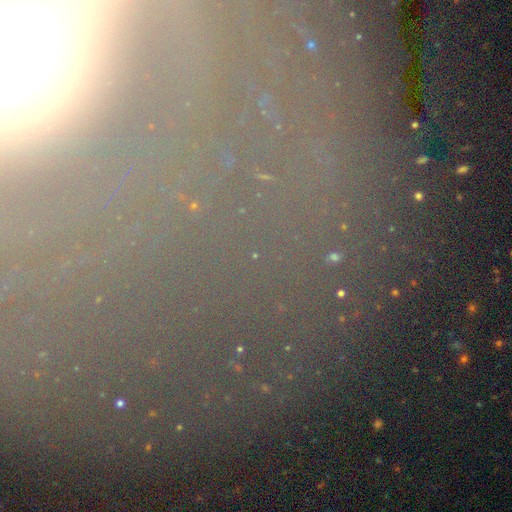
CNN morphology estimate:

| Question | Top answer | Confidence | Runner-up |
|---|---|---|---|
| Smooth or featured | star or artifact | 69% | smooth (16%) |